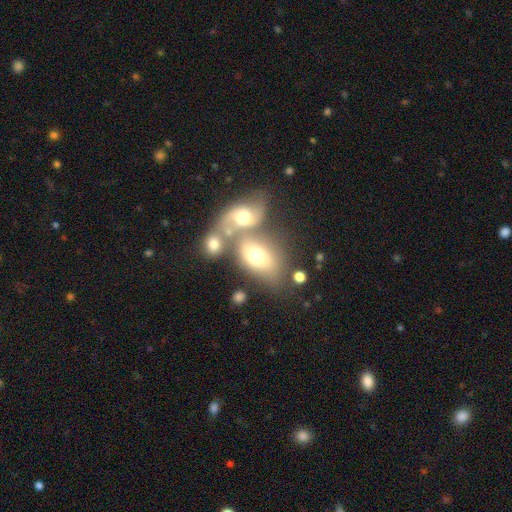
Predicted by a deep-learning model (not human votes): Smooth or featured? Predicted: smooth (p=0.53). How rounded? Predicted: in between (p=0.83). Merging? Predicted: merger (p=0.57).